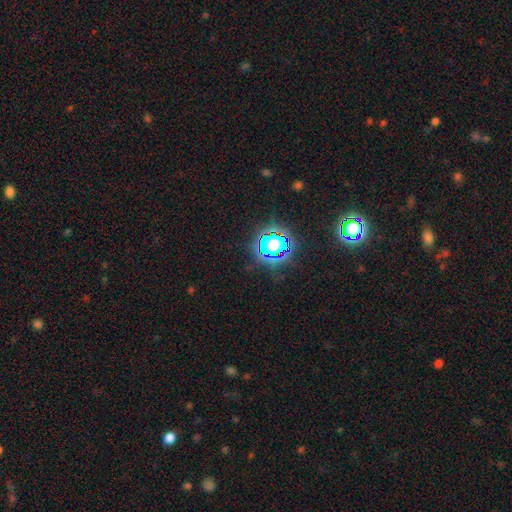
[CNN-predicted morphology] Q: Smooth or featured?
A: star or artifact (81%); runner-up: smooth (12%)